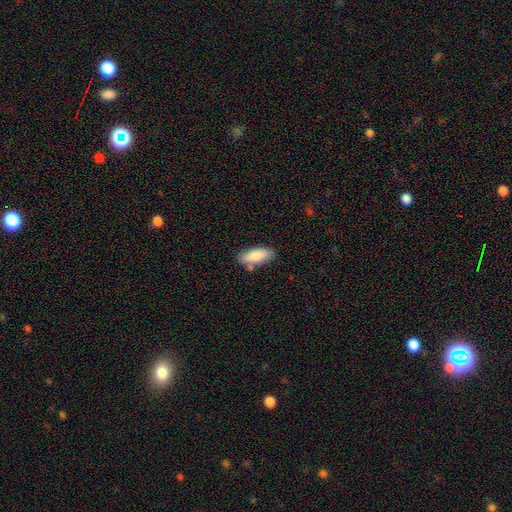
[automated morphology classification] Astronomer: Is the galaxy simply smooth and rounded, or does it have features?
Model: smooth — 84%.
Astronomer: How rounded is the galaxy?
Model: in between — 77%.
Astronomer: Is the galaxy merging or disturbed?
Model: none — 77%.